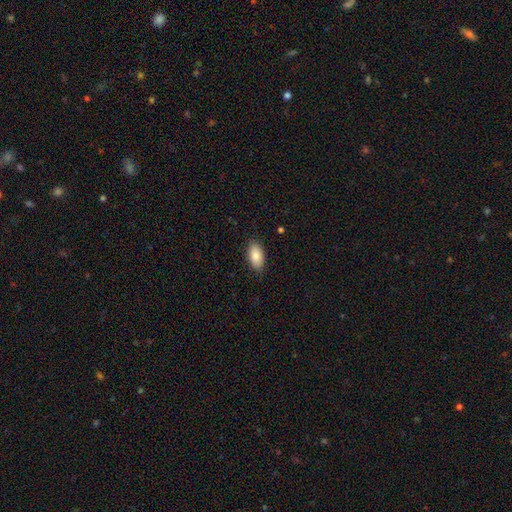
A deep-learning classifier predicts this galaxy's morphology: smooth 87%, star or artifact 7%, featured or disk 6%. Down the decision tree: how rounded — in between (93%); merging — none (85%).